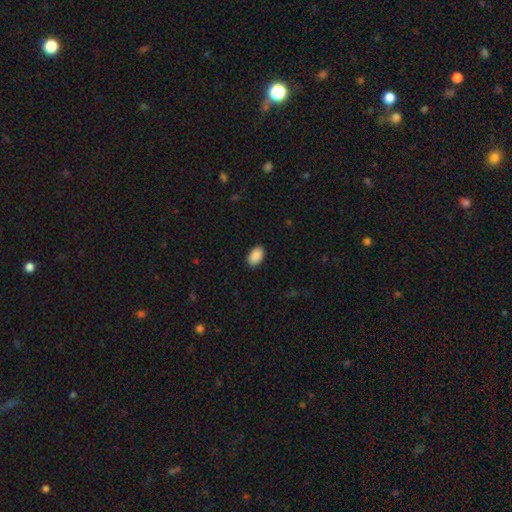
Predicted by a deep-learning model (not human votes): smooth 91%, star or artifact 7%, featured or disk 2%. Down the decision tree: how rounded — in between (91%); merging — none (89%).